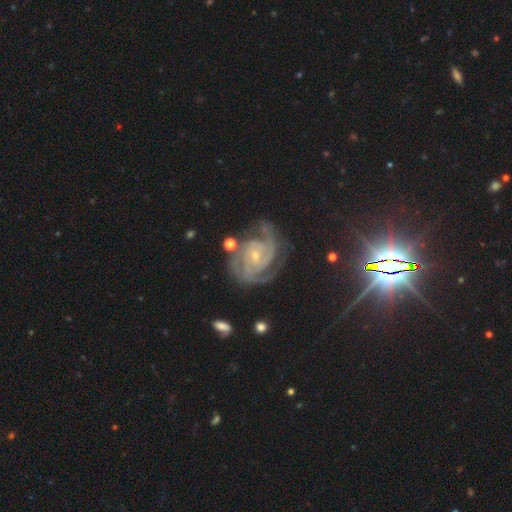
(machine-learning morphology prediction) Overall: featured or disk (90%). Edge-on disk: no (98%). Bar: no (62%; weak 28%). Spiral arms: yes (98%). Spiral arm count: 3 (32%; 2 31%). Spiral winding: tight (66%; medium 29%). Bulge size: small (78%). Merging: none (68%).